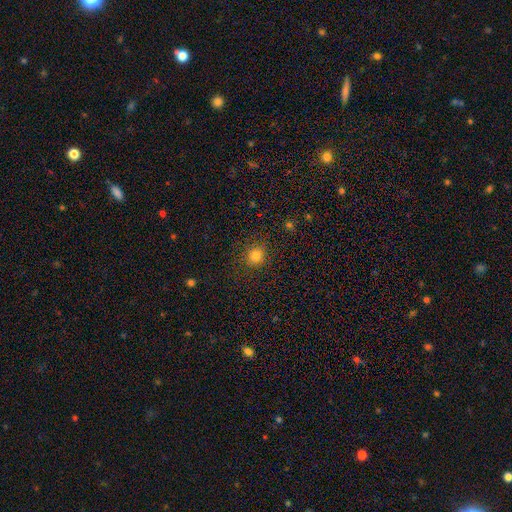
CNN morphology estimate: Smooth or featured? smooth (81%)
How rounded? round (90%)
Merging? none (87%)